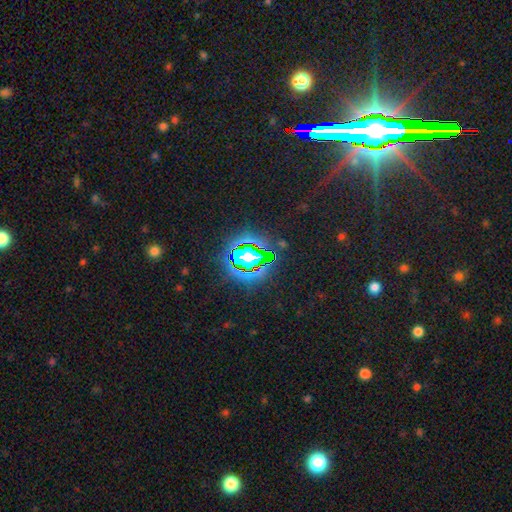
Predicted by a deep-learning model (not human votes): A star or artifact, not a galaxy (82%).

Vote fractions:
- Smooth or featured? star or artifact: 82% / featured or disk: 9% / smooth: 9%